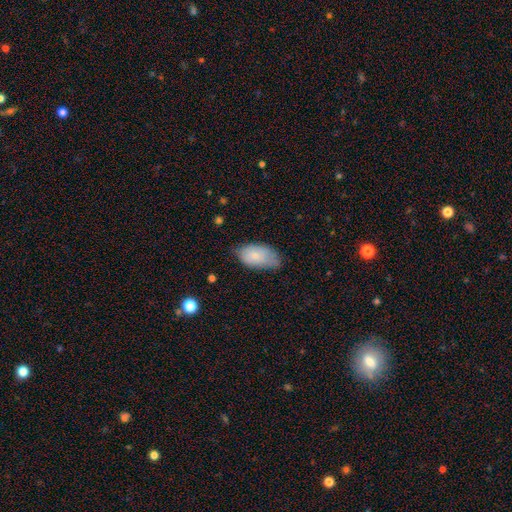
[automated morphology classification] This is likely a smooth galaxy (77%). How rounded: clearly in between (94%). Merging: possibly none (55%).